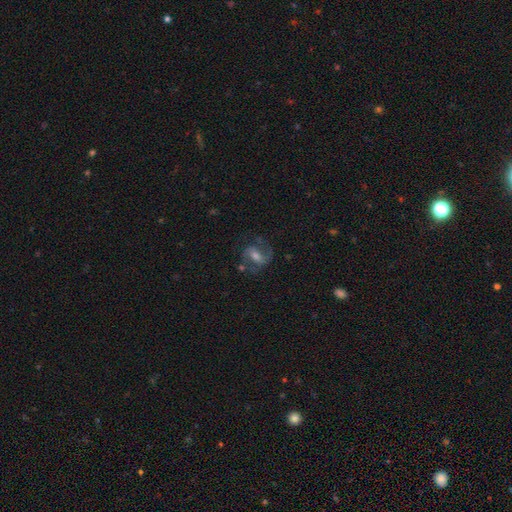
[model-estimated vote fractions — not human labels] Q: Smooth or featured?
A: featured or disk (67%); runner-up: smooth (23%)
Q: Edge-on disk?
A: no (96%); runner-up: yes (4%)
Q: Bar?
A: weak (46%); runner-up: no (28%)
Q: Spiral arms?
A: yes (88%); runner-up: no (12%)
Q: Spiral winding?
A: medium (52%); runner-up: loose (30%)
Q: Spiral arm count?
A: 2 (81%); runner-up: can't tell (8%)
Q: Bulge size?
A: moderate (51%); runner-up: small (28%)
Q: Merging?
A: none (58%); runner-up: minor disturbance (19%)